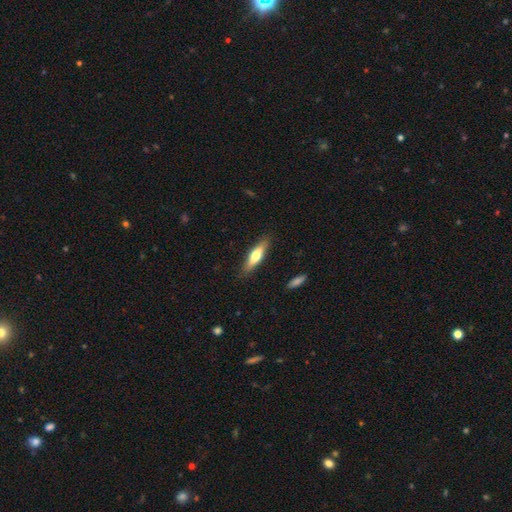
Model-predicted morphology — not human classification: Smooth or featured? smooth (58%)
How rounded? cigar-shaped (68%)
Merging? none (86%)